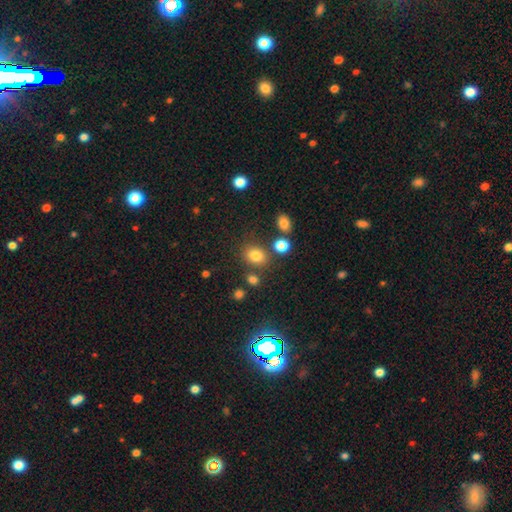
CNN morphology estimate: smooth-or-featured: smooth: 79% | star or artifact: 14% | featured or disk: 7%
  how-rounded: round: 53% | in between: 46% | cigar-shaped: 1%
  merging: none: 73% | minor disturbance: 12% | merger: 9% | major disturbance: 5%